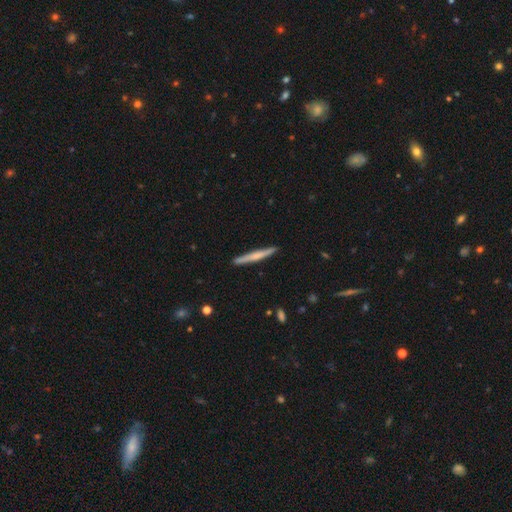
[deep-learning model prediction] Smooth or featured? smooth (50%)
Merging? none (90%)